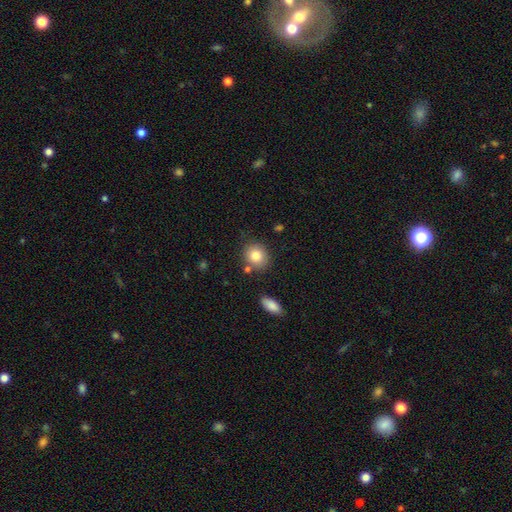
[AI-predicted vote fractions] Smooth or featured? Predicted: smooth (p=0.82). How rounded? Predicted: round (p=0.74). Merging? Predicted: none (p=0.78).